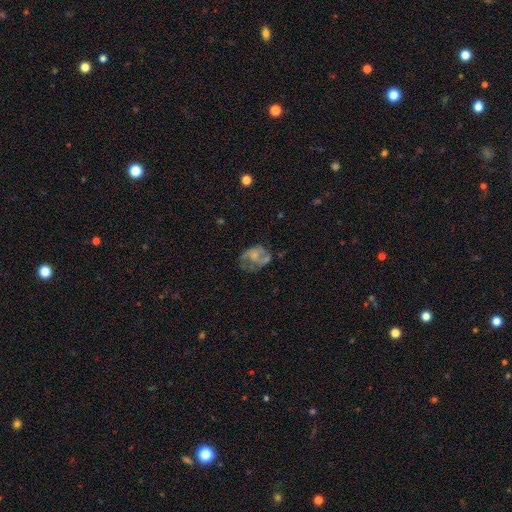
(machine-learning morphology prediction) Smooth or featured?
  - featured or disk: 58% *
  - smooth: 32%
  - star or artifact: 10%
Edge-on disk?
  - no: 98% *
  - yes: 2%
Bar?
  - no: 79% *
  - weak: 18%
  - strong: 3%
Spiral arms?
  - no: 54% *
  - yes: 46%
Bulge size?
  - none: 39% *
  - small: 27%
  - moderate: 25%
  - large: 7%
  - dominant: 2%
Merging?
  - none: 40% *
  - major disturbance: 30%
  - minor disturbance: 23%
  - merger: 7%